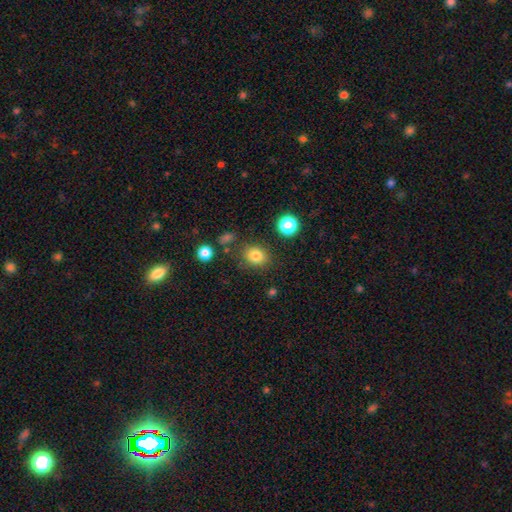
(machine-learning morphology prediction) A smooth galaxy with no disk features (81%) that is round (58%). Merging: none (80%).